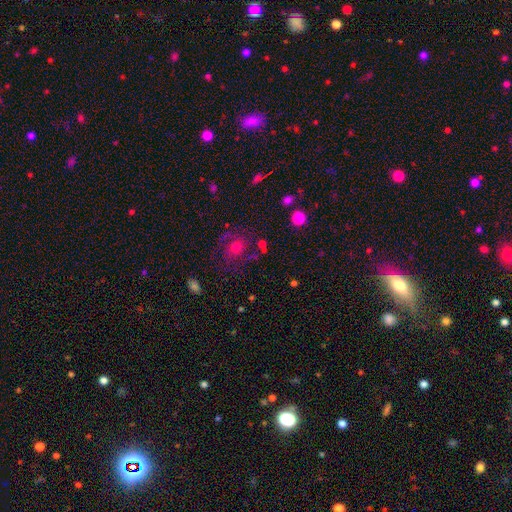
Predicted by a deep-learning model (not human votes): A featured or disk galaxy (42%).

Vote fractions:
- Smooth or featured? featured or disk: 42% / smooth: 38% / star or artifact: 20%
- Merging? none: 68% / minor disturbance: 16% / major disturbance: 11% / merger: 6%